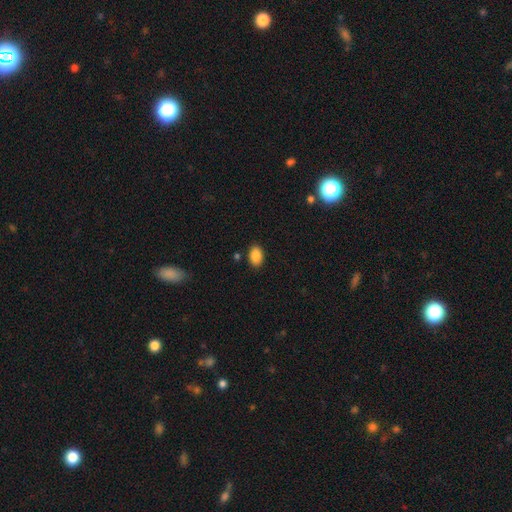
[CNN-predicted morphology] smooth-or-featured: smooth: 88% | star or artifact: 8% | featured or disk: 4%
  how-rounded: in between: 85% | round: 14% | cigar-shaped: 1%
  merging: none: 87% | minor disturbance: 9% | major disturbance: 2% | merger: 2%